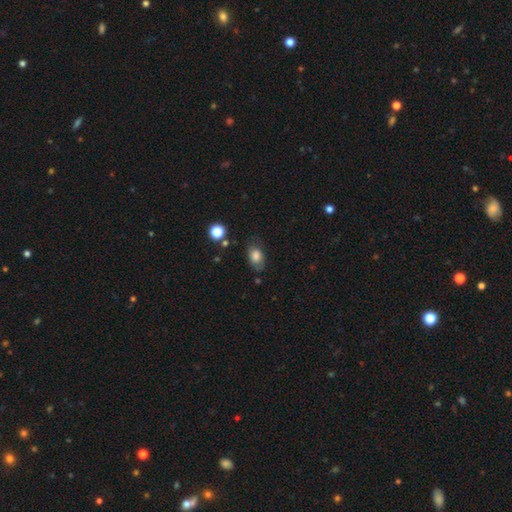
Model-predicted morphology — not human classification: smooth 79%, featured or disk 12%, star or artifact 9%. Down the decision tree: how rounded — in between (82%); merging — none (64%).